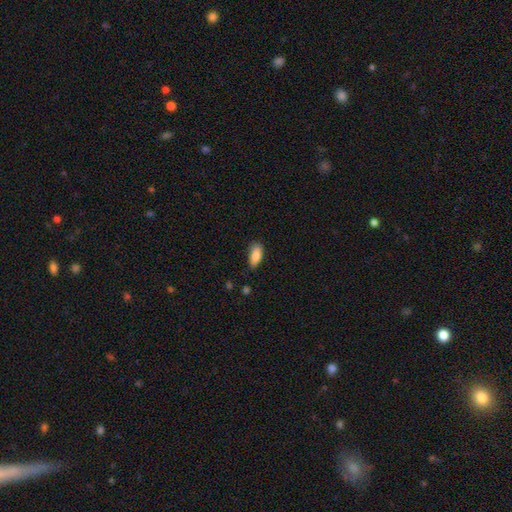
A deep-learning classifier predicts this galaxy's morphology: Smooth or featured? Predicted: smooth (p=0.85). How rounded? Predicted: in between (p=0.84). Merging? Predicted: none (p=0.71).